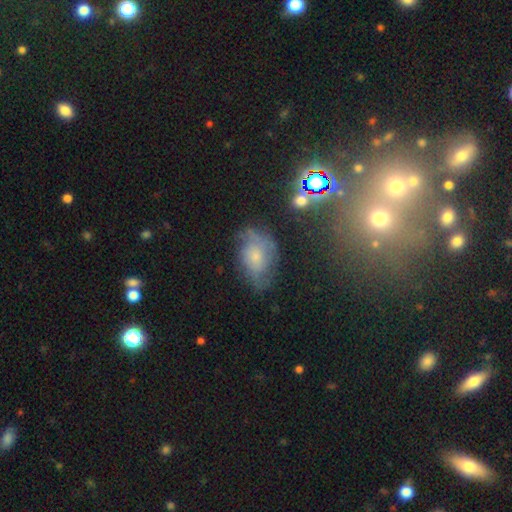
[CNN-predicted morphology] Overall: featured or disk (49%; smooth 37%). Merging: none (52%; minor disturbance 29%).